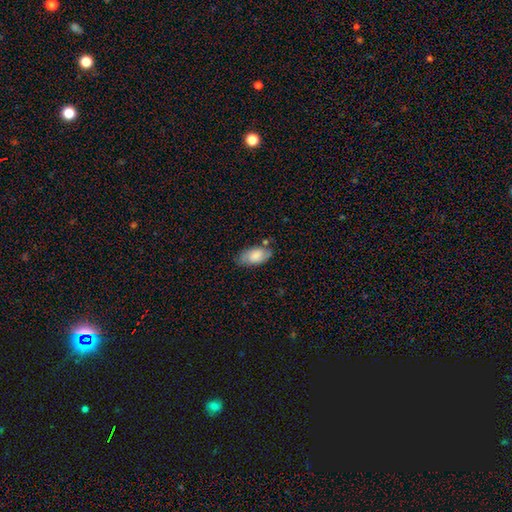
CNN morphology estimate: Smooth or featured? smooth (75%)
How rounded? in between (93%)
Merging? none (67%)